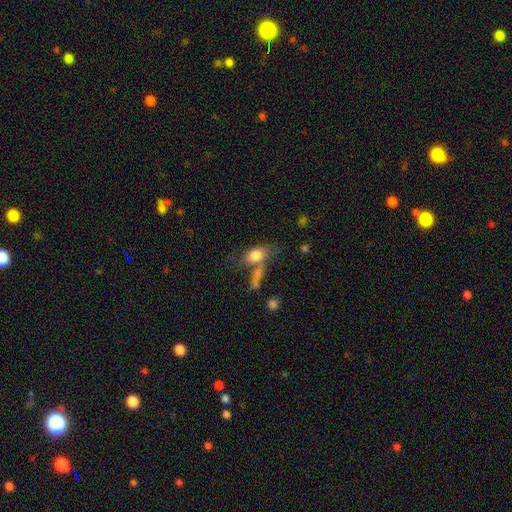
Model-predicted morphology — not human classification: smooth 76%, featured or disk 15%, star or artifact 9%. Down the decision tree: how rounded — in between (76%); merging — none (42%).